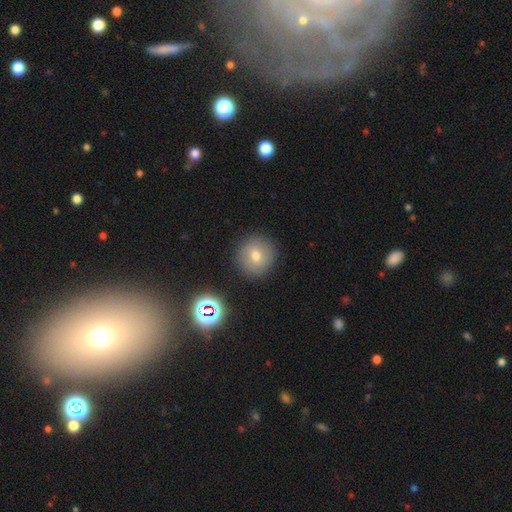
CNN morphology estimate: A smooth galaxy with no disk features (68%) that is round (93%).

Vote fractions:
- Smooth or featured? smooth: 68% / featured or disk: 17% / star or artifact: 16%
- How rounded? round: 93% / in between: 7% / cigar-shaped: 1%
- Merging? none: 88% / minor disturbance: 7% / major disturbance: 2% / merger: 2%